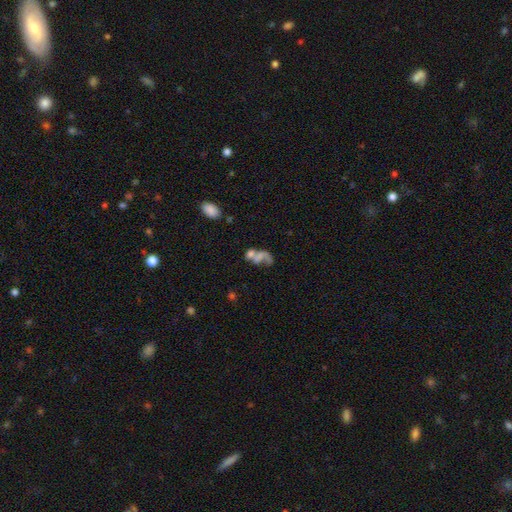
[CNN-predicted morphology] This is marginally a smooth galaxy (44%). Merging: possibly merger (48%).